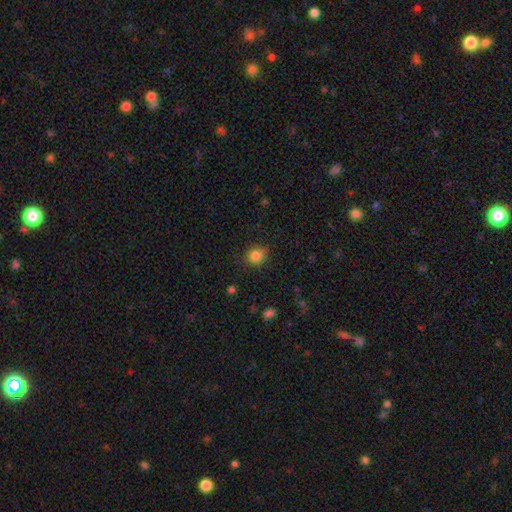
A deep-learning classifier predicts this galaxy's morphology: type=smooth (85%); roundness=round (83%); merging=none (83%).